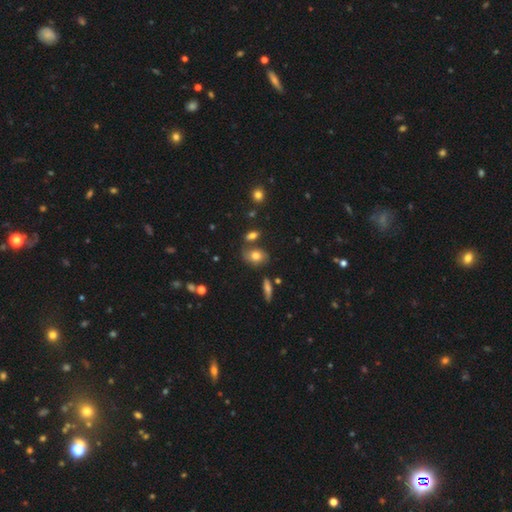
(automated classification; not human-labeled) smooth-or-featured: smooth: 72% | featured or disk: 17% | star or artifact: 11%
  how-rounded: in between: 71% | round: 26% | cigar-shaped: 2%
  merging: none: 63% | minor disturbance: 17% | merger: 15% | major disturbance: 5%